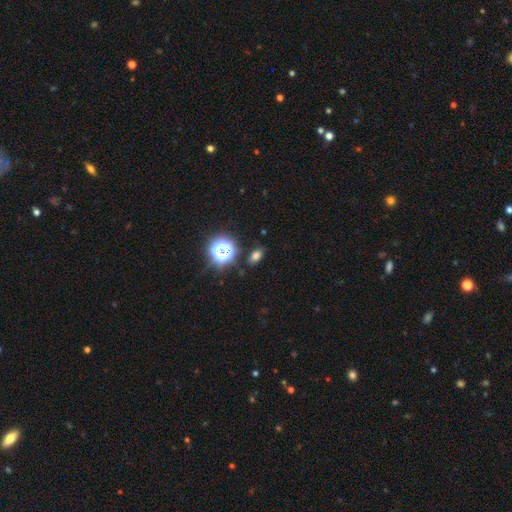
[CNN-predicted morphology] smooth-or-featured: smooth: 69% | star or artifact: 23% | featured or disk: 8%
  how-rounded: in between: 80% | round: 17% | cigar-shaped: 4%
  merging: none: 85% | minor disturbance: 10% | major disturbance: 3% | merger: 3%